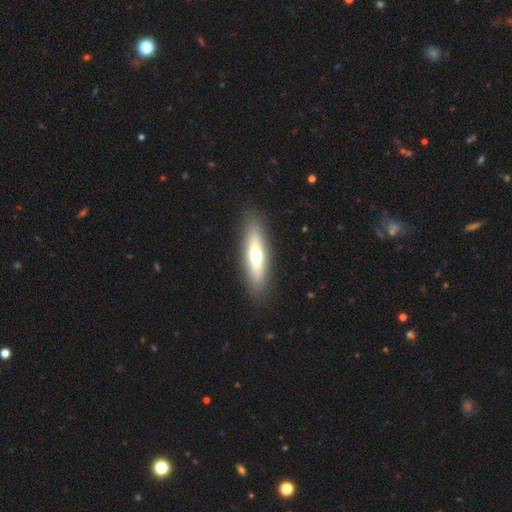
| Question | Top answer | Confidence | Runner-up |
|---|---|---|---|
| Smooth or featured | smooth | 58% | featured or disk (39%) |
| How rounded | in between | 48% | tied: cigar-shaped (48%) |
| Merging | none | 89% | minor disturbance (11%) |